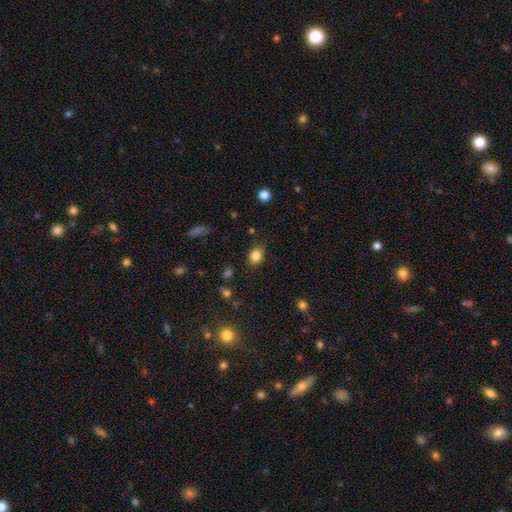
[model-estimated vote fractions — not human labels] This appears to be a smooth galaxy with no disk features (83%) that is in between round and cigar-shaped (57%). Merging: none (81%).